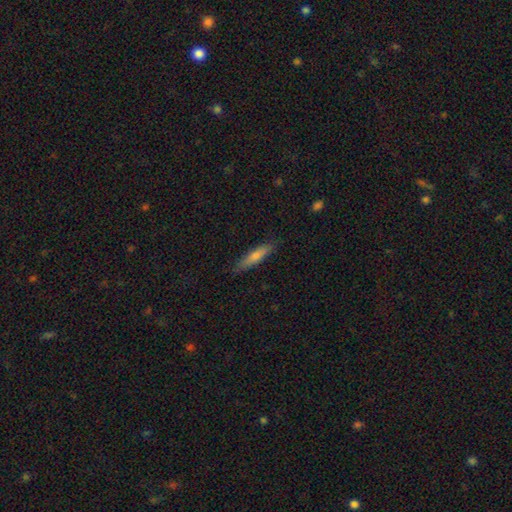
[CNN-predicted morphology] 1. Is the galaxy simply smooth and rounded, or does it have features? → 70% smooth, 24% featured or disk, 6% star or artifact.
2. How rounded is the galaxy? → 87% cigar-shaped, 12% in between, 1% round.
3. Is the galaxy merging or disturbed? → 87% none, 10% minor disturbance, 2% major disturbance, 1% merger.